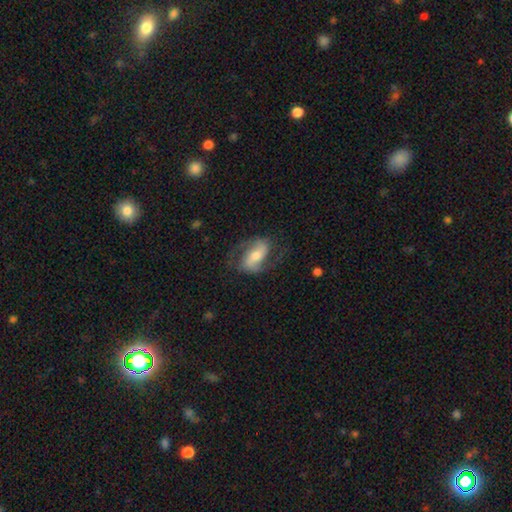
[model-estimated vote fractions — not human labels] Smooth or featured? Predicted: featured or disk (p=0.66). Edge-on disk? Predicted: no (p=0.94). Bar? Predicted: strong (p=0.38). Spiral arms? Predicted: yes (p=0.88). Spiral winding? Predicted: medium (p=0.45). Spiral arm count? Predicted: 2 (p=0.87). Bulge size? Predicted: moderate (p=0.57). Merging? Predicted: none (p=0.66).